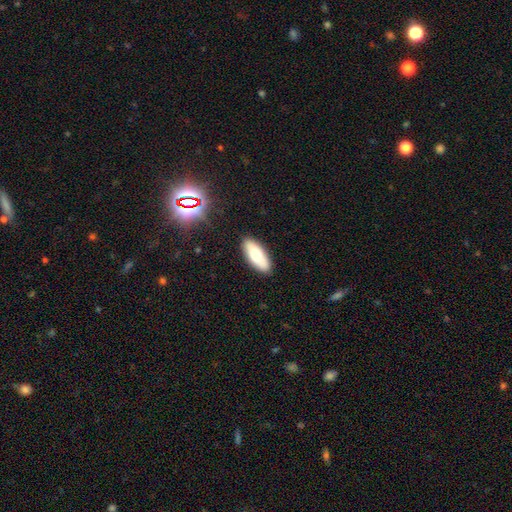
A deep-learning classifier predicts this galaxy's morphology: smooth_or_featured: smooth (p=0.76) [alt: featured or disk p=0.17]
how_rounded: in between (p=0.78) [alt: cigar-shaped p=0.20]
merging: none (p=0.89) [alt: minor disturbance p=0.08]